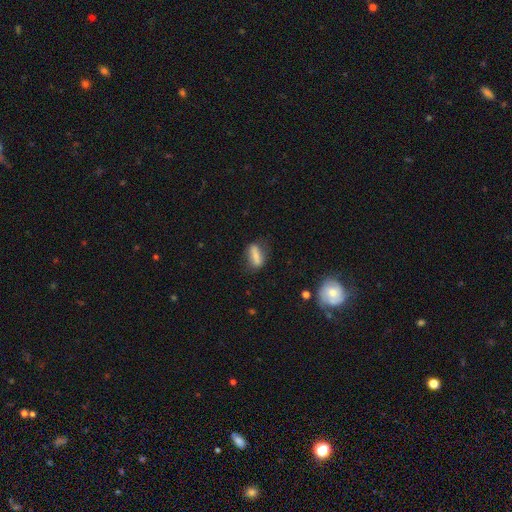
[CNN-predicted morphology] A smooth galaxy with no disk features (71%) that is in between round and cigar-shaped (54%). Merging: none (68%).